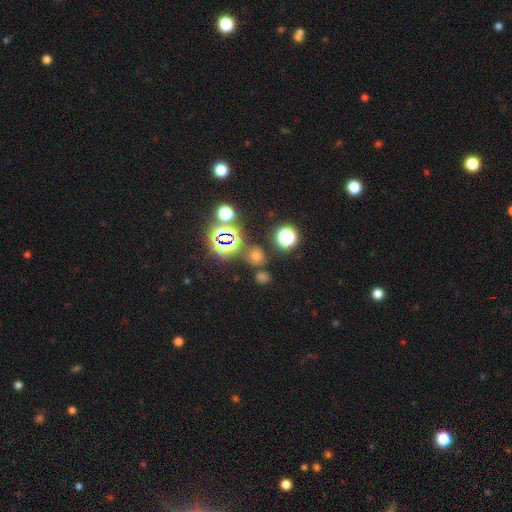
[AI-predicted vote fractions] Smooth or featured? Predicted: smooth (p=0.51). How rounded? Predicted: round (p=0.78). Merging? Predicted: none (p=0.74).